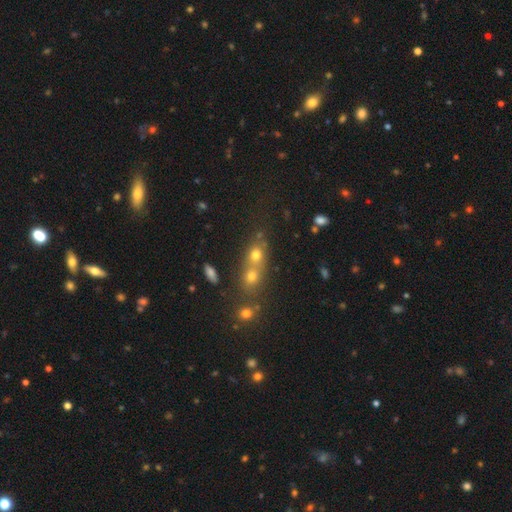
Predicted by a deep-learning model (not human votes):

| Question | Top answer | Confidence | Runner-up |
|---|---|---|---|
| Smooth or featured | smooth | 54% | star or artifact (28%) |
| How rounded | round | 67% | in between (28%) |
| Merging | merger | 54% | none (36%) |